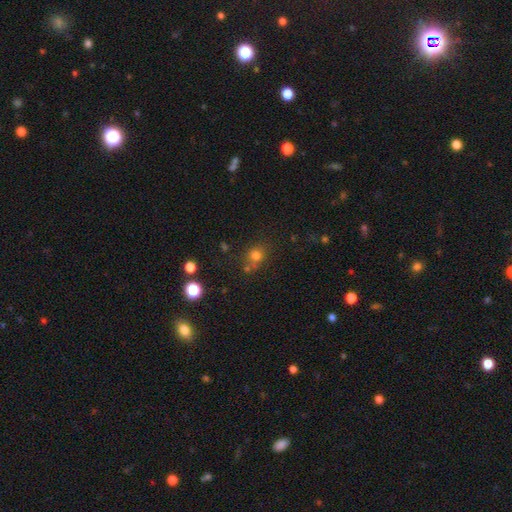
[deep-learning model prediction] This appears to be a smooth galaxy with no disk features (75%) that is round (82%). Merging: none (66%).